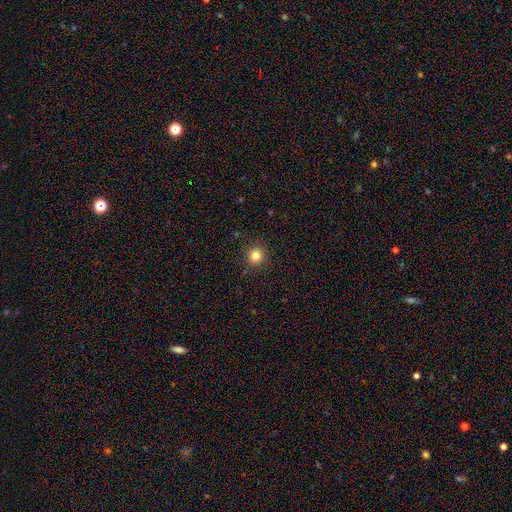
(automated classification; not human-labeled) Q: Smooth or featured?
A: smooth (82%); runner-up: star or artifact (13%)
Q: How rounded?
A: round (94%); runner-up: in between (5%)
Q: Merging?
A: none (92%); runner-up: minor disturbance (5%)